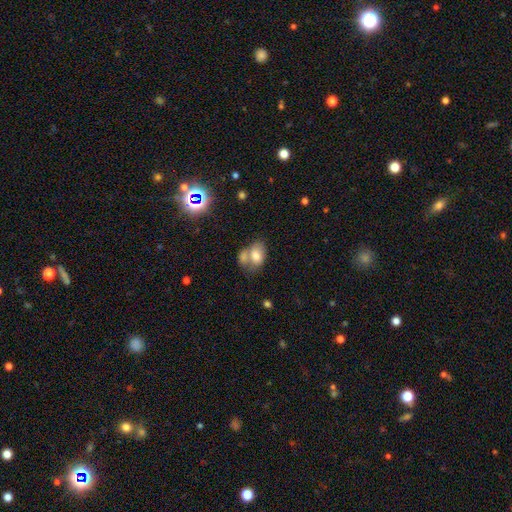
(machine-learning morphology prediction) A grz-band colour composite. It shows a smooth galaxy with no disk features (72%) that is in between round and cigar-shaped (81%). Merging: merger (51%).